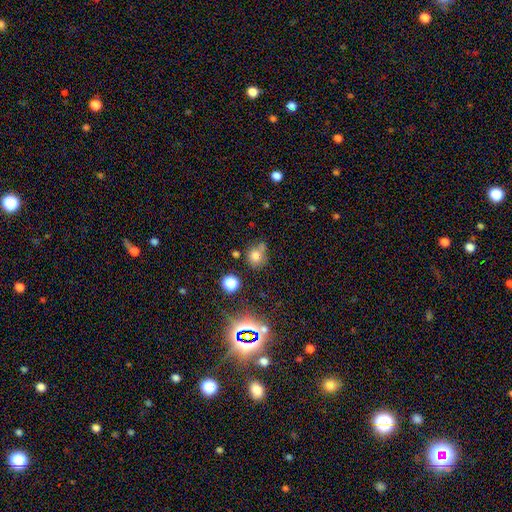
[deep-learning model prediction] This is likely a smooth galaxy (72%). How rounded: likely round (72%). Merging: possibly none (51%).